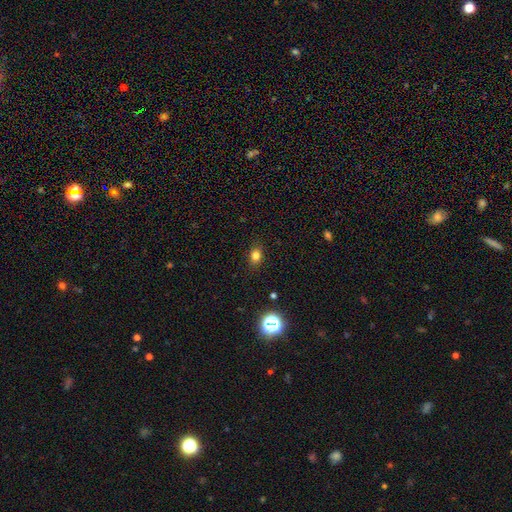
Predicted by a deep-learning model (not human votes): Q: Smooth or featured?
A: smooth (78%); runner-up: star or artifact (15%)
Q: How rounded?
A: in between (62%); runner-up: round (37%)
Q: Merging?
A: none (86%); runner-up: minor disturbance (10%)